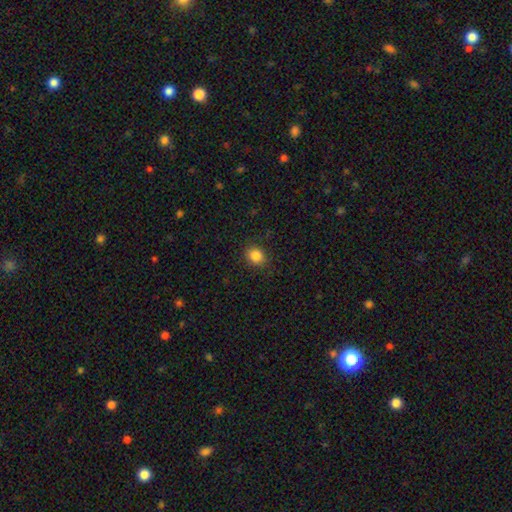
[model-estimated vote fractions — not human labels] A smooth galaxy with no disk features (85%) that is round (72%).

Vote fractions:
- Smooth or featured? smooth: 85% / star or artifact: 11% / featured or disk: 4%
- How rounded? round: 72% / in between: 28% / cigar-shaped: 1%
- Merging? none: 87% / minor disturbance: 9% / major disturbance: 3% / merger: 1%